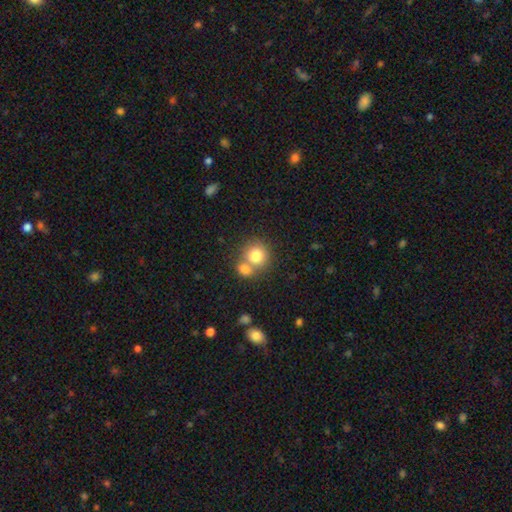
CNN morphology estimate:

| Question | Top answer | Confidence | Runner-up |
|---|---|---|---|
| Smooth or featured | smooth | 78% | featured or disk (12%) |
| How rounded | round | 85% | in between (14%) |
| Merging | none | 47% | merger (42%) |